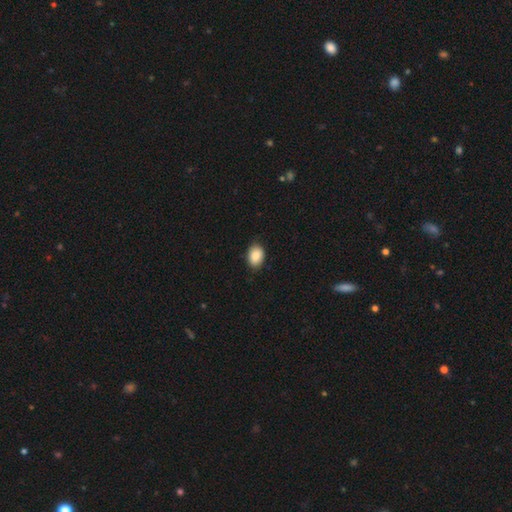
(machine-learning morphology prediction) Q: Smooth or featured?
A: smooth (88%); runner-up: star or artifact (7%)
Q: How rounded?
A: in between (82%); runner-up: round (17%)
Q: Merging?
A: none (85%); runner-up: minor disturbance (12%)